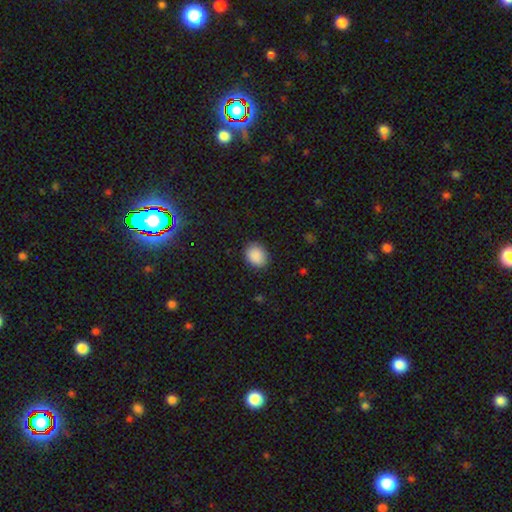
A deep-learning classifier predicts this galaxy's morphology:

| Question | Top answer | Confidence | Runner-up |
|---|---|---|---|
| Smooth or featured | smooth | 89% | star or artifact (8%) |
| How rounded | round | 50% | in between (49%) |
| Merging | none | 87% | minor disturbance (10%) |